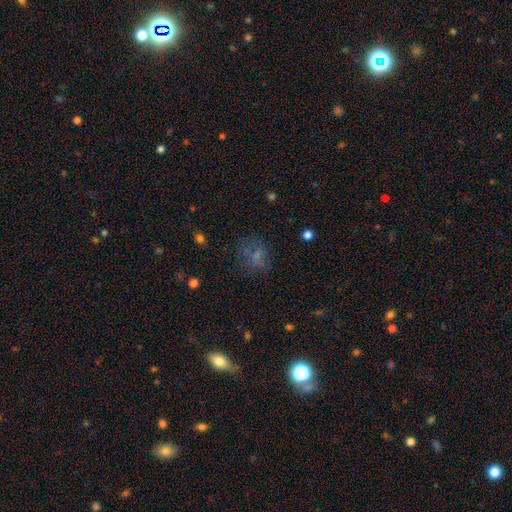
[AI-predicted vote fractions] A smooth galaxy with no disk features (56%) that is round (62%).

Vote fractions:
- Smooth or featured? smooth: 56% / featured or disk: 23% / star or artifact: 21%
- How rounded? round: 62% / in between: 36% / cigar-shaped: 1%
- Merging? none: 57% / major disturbance: 20% / minor disturbance: 20% / merger: 3%